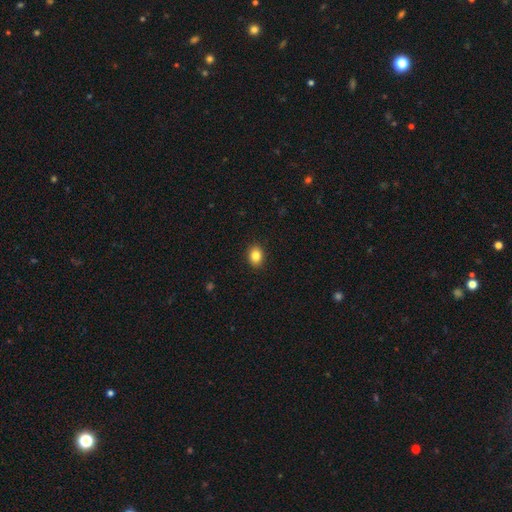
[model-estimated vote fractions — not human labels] Overall: smooth (85%). How rounded: in between (56%; round 43%). Merging: none (91%).